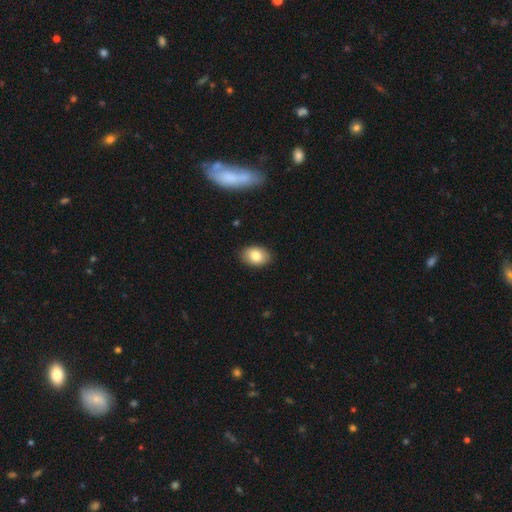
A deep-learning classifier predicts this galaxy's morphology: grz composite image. It shows a smooth galaxy with no disk features (82%) that is in between round and cigar-shaped (81%). Merging: none (88%).